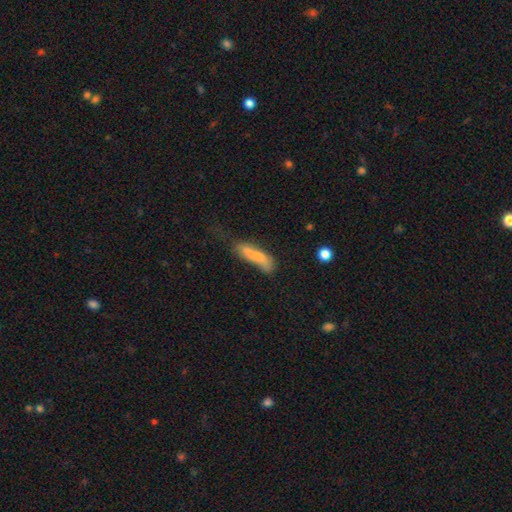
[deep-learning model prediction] A smooth galaxy with no disk features (66%) that is cigar-shaped (68%). Merging: none (36%).